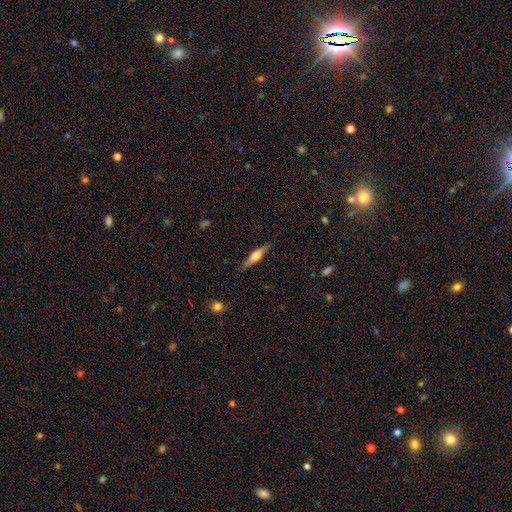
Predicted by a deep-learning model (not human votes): smooth_or_featured: featured or disk (p=0.62) [alt: smooth p=0.32]
disk_edge_on: yes (p=0.96) [alt: no p=0.04]
edge_on_bulge: rounded (p=0.87) [alt: boxy p=0.09]
merging: none (p=0.87) [alt: minor disturbance p=0.10]